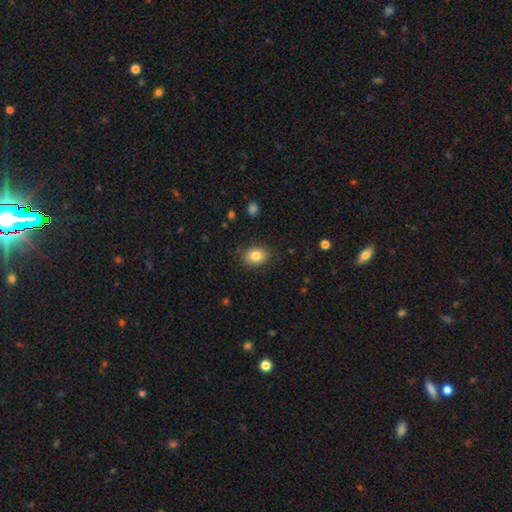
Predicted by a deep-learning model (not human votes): This appears to be a smooth galaxy with no disk features (85%) that is in between round and cigar-shaped (64%). Merging: none (87%).